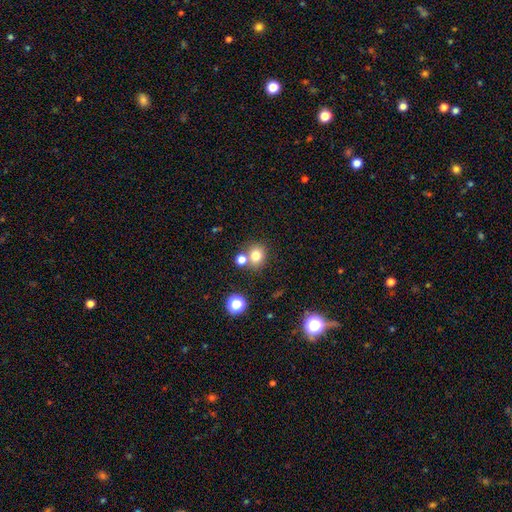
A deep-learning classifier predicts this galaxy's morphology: Smooth or featured? smooth (77%)
How rounded? round (78%)
Merging? none (64%)